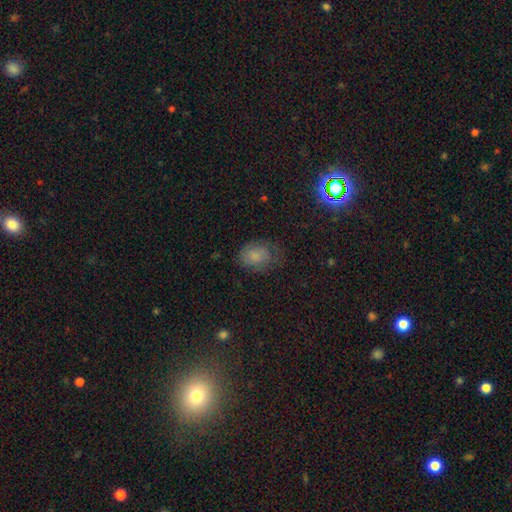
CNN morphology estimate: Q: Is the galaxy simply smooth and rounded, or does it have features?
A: smooth — 73%.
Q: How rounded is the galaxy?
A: in between — 62%.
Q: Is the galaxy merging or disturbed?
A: none — 55%.